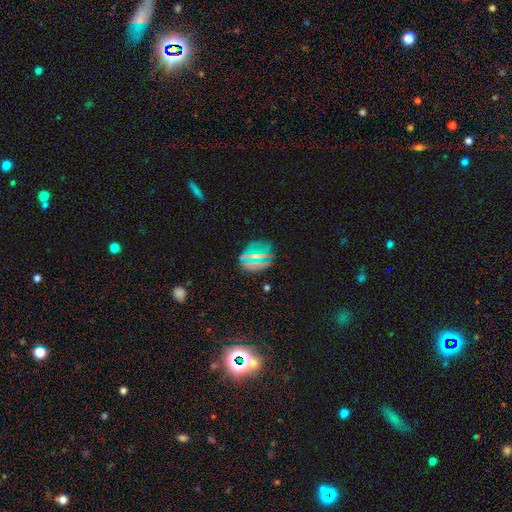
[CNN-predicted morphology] Smooth or featured?
  - smooth: 49% *
  - star or artifact: 31%
  - featured or disk: 20%
Merging?
  - none: 78% *
  - minor disturbance: 13%
  - major disturbance: 5%
  - merger: 3%